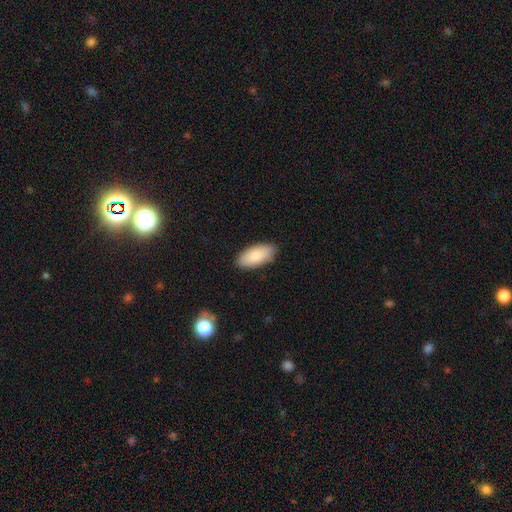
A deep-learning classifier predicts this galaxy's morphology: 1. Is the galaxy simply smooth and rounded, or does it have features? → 84% smooth, 10% featured or disk, 6% star or artifact.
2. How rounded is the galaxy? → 91% in between, 7% cigar-shaped, 2% round.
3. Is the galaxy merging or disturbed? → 88% none, 9% minor disturbance, 2% major disturbance, 1% merger.